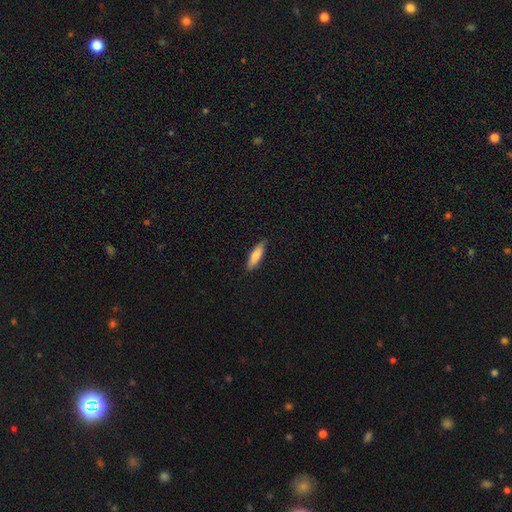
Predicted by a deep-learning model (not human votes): A smooth galaxy with no disk features (77%) that is cigar-shaped (60%). Merging: none (85%).